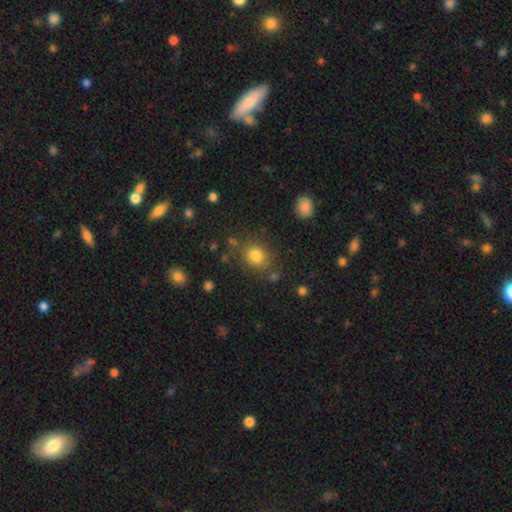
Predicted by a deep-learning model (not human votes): Overall: smooth (80%). How rounded: round (78%). Merging: none (78%).